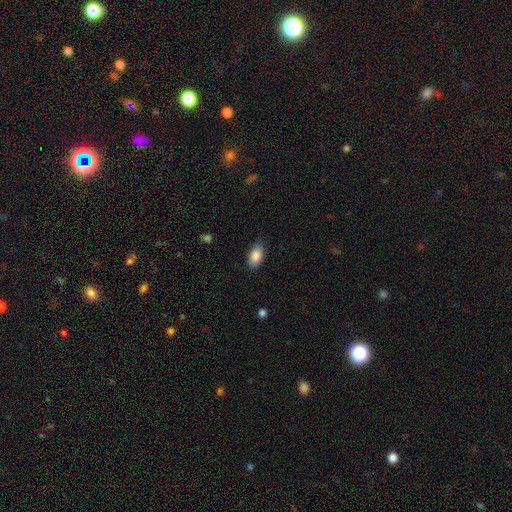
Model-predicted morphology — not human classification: Smooth or featured? Predicted: smooth (p=0.88). How rounded? Predicted: in between (p=0.91). Merging? Predicted: none (p=0.79).